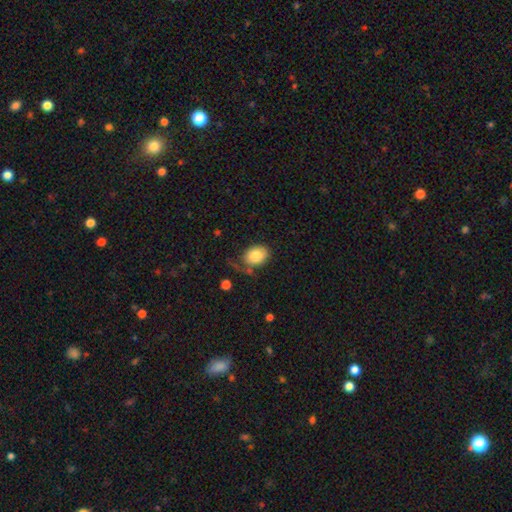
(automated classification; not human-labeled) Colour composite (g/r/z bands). It shows a smooth galaxy with no disk features (82%) that is in between round and cigar-shaped (72%). Merging: none (58%).